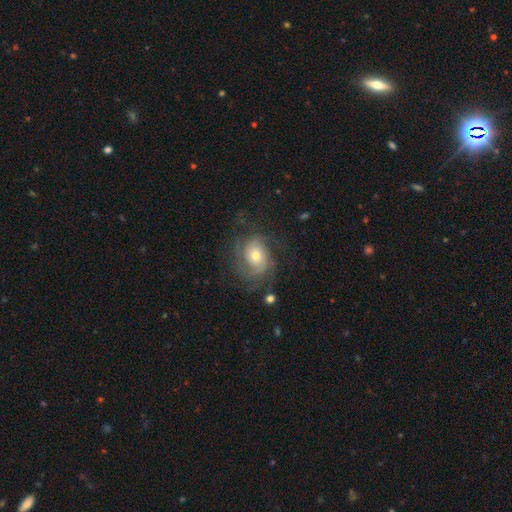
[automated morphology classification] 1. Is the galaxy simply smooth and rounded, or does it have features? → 79% featured or disk, 14% smooth, 7% star or artifact.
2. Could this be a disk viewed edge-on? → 97% no, 3% yes.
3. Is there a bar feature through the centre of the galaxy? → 73% no, 22% weak, 5% strong.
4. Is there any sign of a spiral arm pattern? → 93% yes, 7% no.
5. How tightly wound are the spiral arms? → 49% tight, 36% medium, 14% loose.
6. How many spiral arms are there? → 29% can't tell, 27% 3, 22% 2, 11% 4, 6% 1, 6% more than 4.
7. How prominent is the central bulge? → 61% moderate, 30% small, 7% large, 1% dominant, 1% none.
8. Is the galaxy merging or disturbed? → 66% none, 18% minor disturbance, 15% major disturbance, 2% merger.